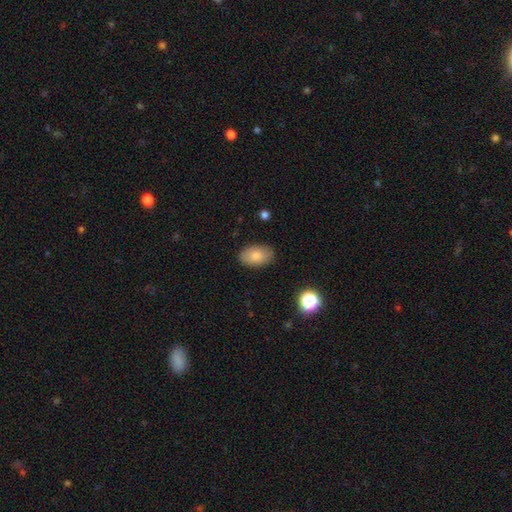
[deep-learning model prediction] Smooth or featured? Predicted: smooth (p=0.80). How rounded? Predicted: in between (p=0.91). Merging? Predicted: none (p=0.86).